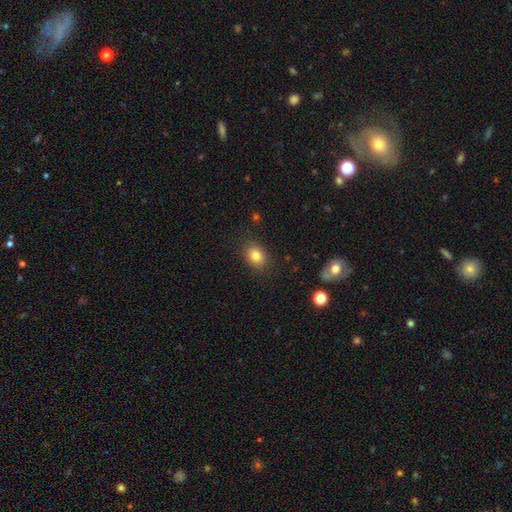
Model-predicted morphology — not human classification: This appears to be a smooth galaxy with no disk features (82%) that is in between round and cigar-shaped (63%). Merging: none (85%).